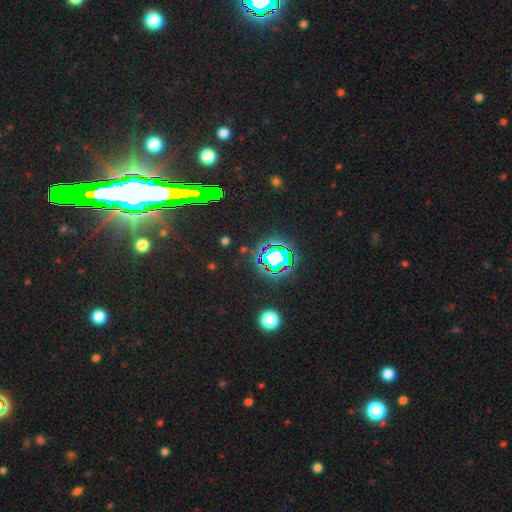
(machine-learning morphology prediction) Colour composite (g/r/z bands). It shows a star or artifact, not a galaxy (75%).